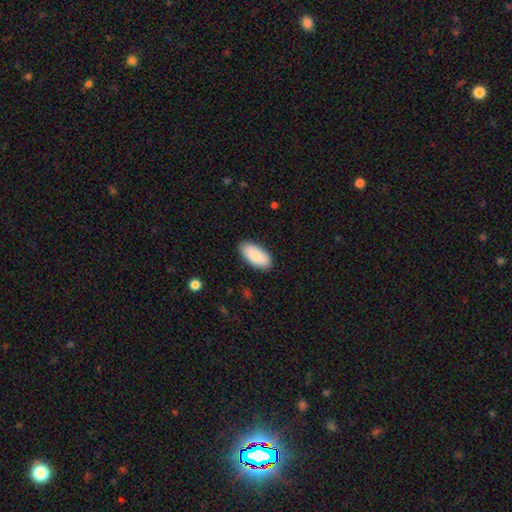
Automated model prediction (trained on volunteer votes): Smooth or featured? smooth (87%)
How rounded? in between (93%)
Merging? none (88%)